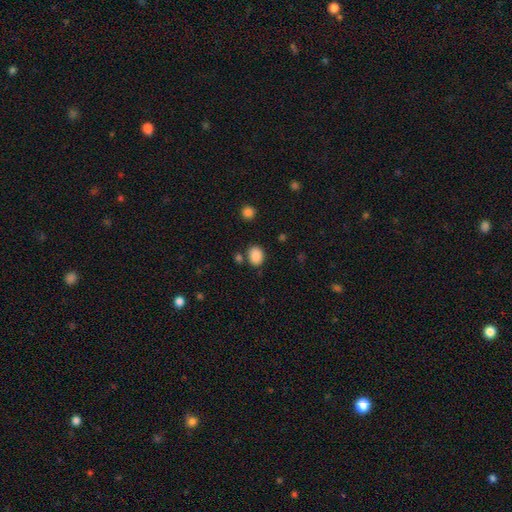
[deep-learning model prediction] Morphology: type=smooth (88%); roundness=in between (55%); merging=none (78%).